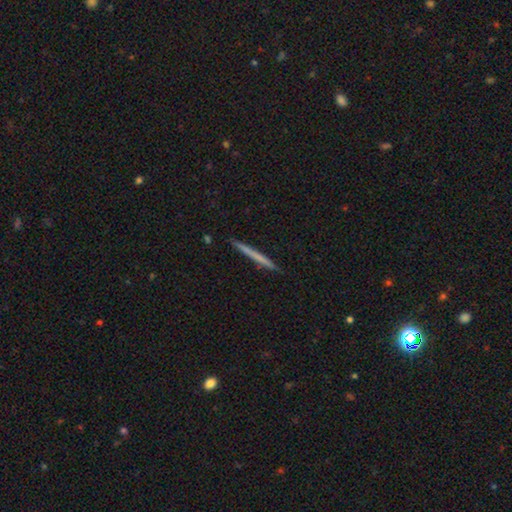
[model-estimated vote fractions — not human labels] Smooth or featured: smooth — 56% (featured or disk — 38%)
How rounded: cigar-shaped — 97% (in between — 2%)
Merging: none — 92% (minor disturbance — 6%)